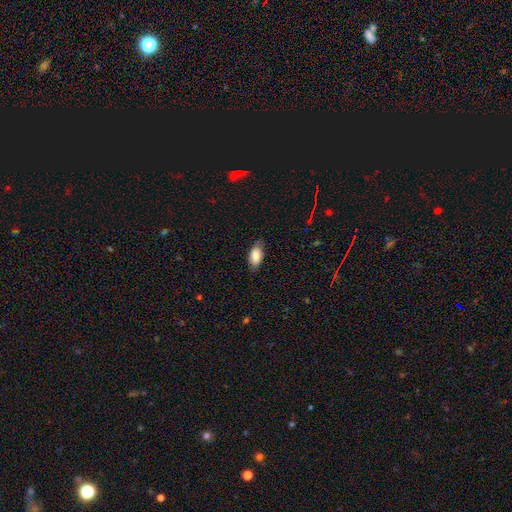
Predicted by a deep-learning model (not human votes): This appears to be a smooth galaxy with no disk features (83%) that is in between round and cigar-shaped (92%). Merging: none (75%).